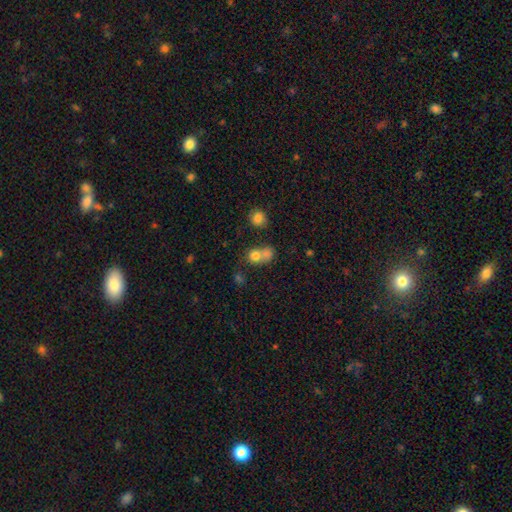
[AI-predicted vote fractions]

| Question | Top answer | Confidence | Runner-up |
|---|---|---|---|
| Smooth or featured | smooth | 76% | star or artifact (13%) |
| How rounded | round | 73% | in between (26%) |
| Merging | merger | 53% | none (35%) |